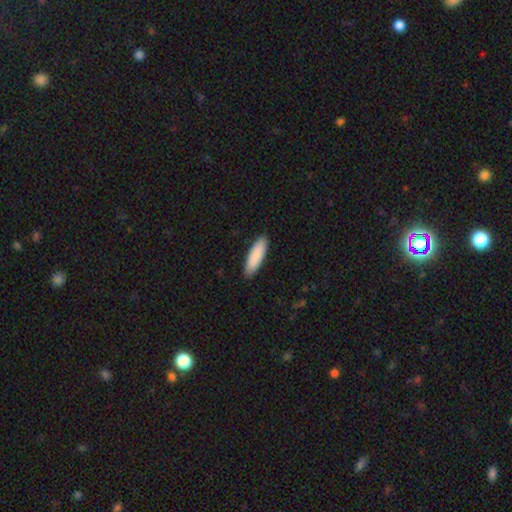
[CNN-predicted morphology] A smooth galaxy with no disk features (89%) that is cigar-shaped (51%). Merging: none (89%).